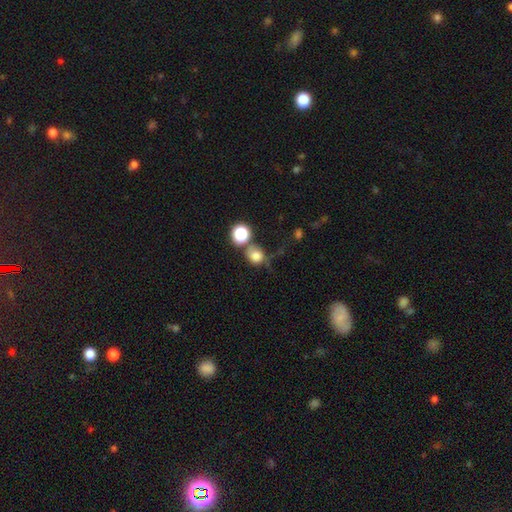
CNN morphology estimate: smooth 75%, star or artifact 15%, featured or disk 10%. Down the decision tree: how rounded — round (79%); merging — none (47%).